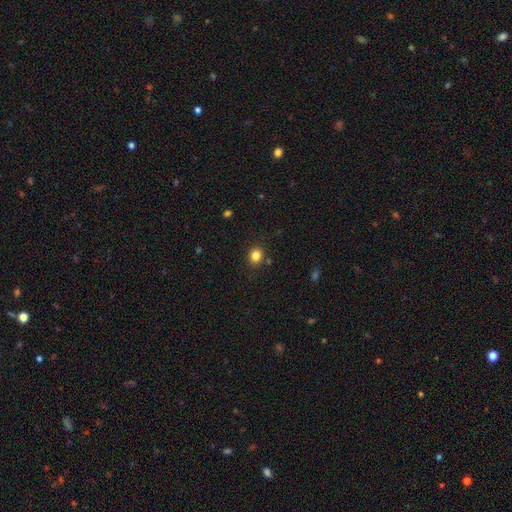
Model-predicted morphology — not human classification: A smooth galaxy with no disk features (83%) that is round (71%).

Vote fractions:
- Smooth or featured? smooth: 83% / star or artifact: 12% / featured or disk: 5%
- How rounded? round: 71% / in between: 28% / cigar-shaped: 1%
- Merging? none: 87% / minor disturbance: 8% / merger: 3% / major disturbance: 2%